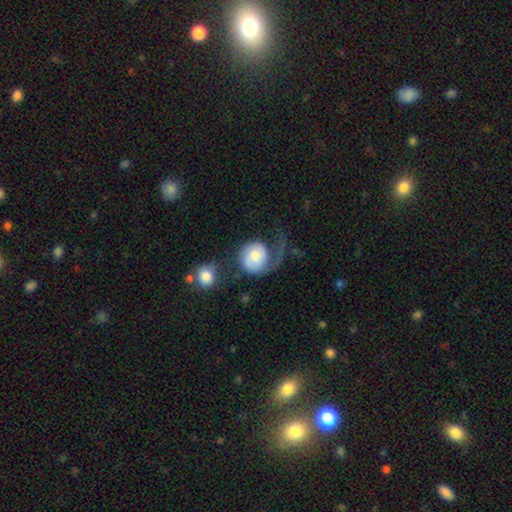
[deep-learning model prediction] A featured or disk galaxy (55%) with no bar (73%), spiral arms (85%) and a moderate central bulge (52%). Merging: major disturbance (40%).